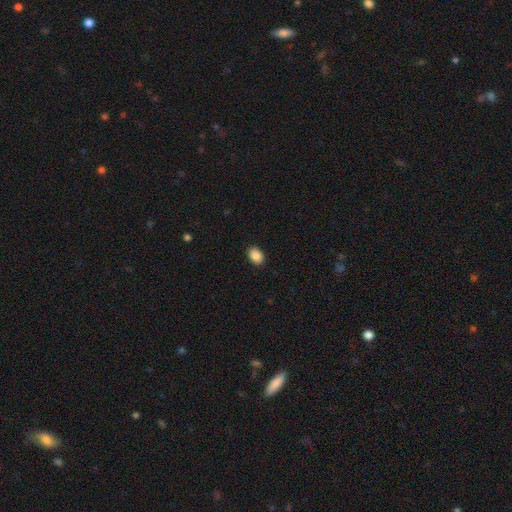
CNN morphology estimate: Smooth or featured? Predicted: smooth (p=0.88). How rounded? Predicted: in between (p=0.81). Merging? Predicted: none (p=0.90).